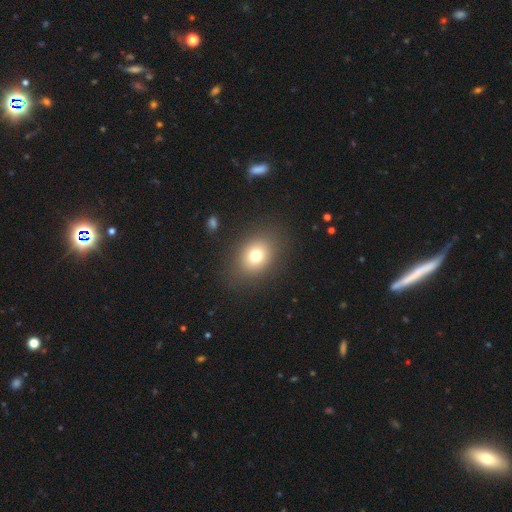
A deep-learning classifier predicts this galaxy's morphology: A smooth galaxy with no disk features (75%) that is in between round and cigar-shaped (52%). Merging: none (85%).